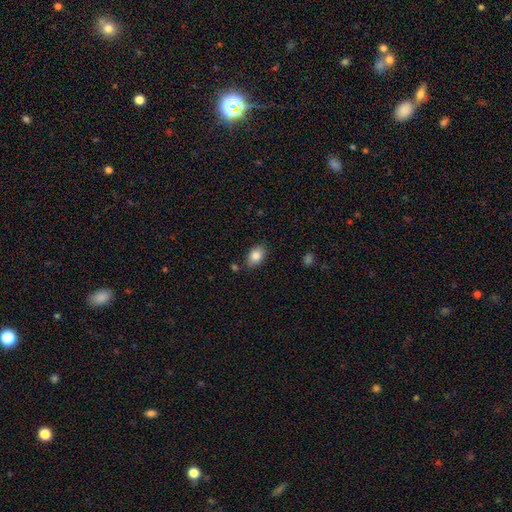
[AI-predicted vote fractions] This is clearly a smooth galaxy (84%). How rounded: clearly in between (82%). Merging: likely none (79%).